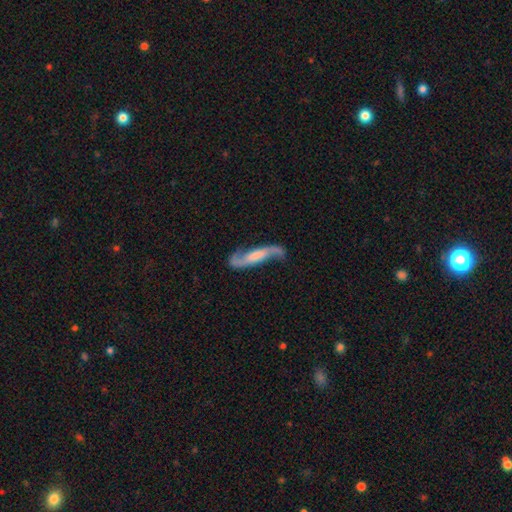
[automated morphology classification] smooth-or-featured: featured or disk: 82% | smooth: 12% | star or artifact: 5%
  disk-edge-on: no: 84% | yes: 16%
    bar: no: 39% | weak: 37% | strong: 25%
    has-spiral-arms: yes: 96% | no: 4%
      spiral-winding: loose: 68% | medium: 24% | tight: 7%
      spiral-arm-count: 2: 92% | can't tell: 3% | 1: 2% | 3: 1% | 4: 1% | more than 4: 1%
    bulge-size: moderate: 32% | small: 27% | none: 25% | large: 14% | dominant: 2%
  merging: none: 71% | minor disturbance: 18% | major disturbance: 8% | merger: 3%